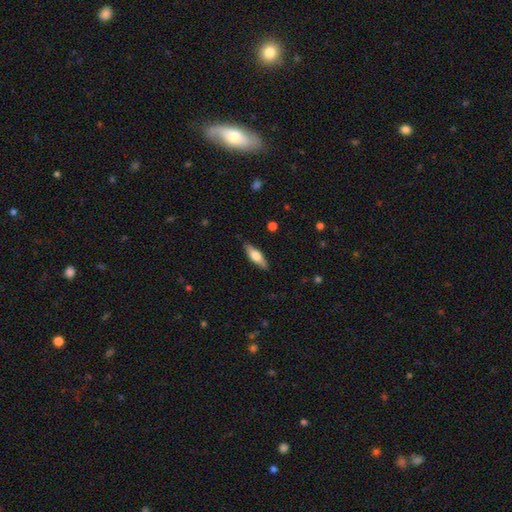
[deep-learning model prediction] Q: Smooth or featured?
A: smooth (57%); runner-up: featured or disk (38%)
Q: How rounded?
A: cigar-shaped (54%); runner-up: in between (43%)
Q: Merging?
A: none (88%); runner-up: minor disturbance (9%)